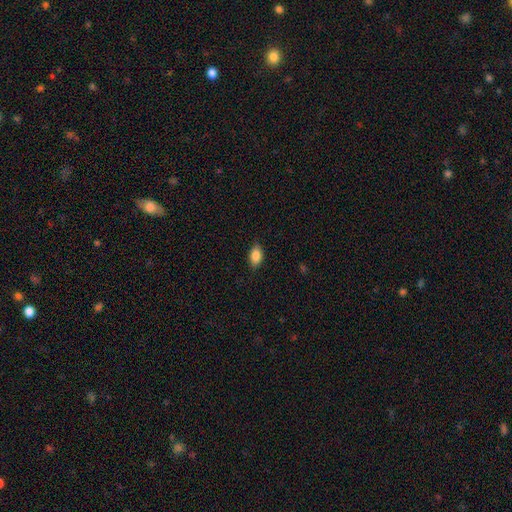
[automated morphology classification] Smooth or featured? smooth (87%)
How rounded? in between (90%)
Merging? none (85%)